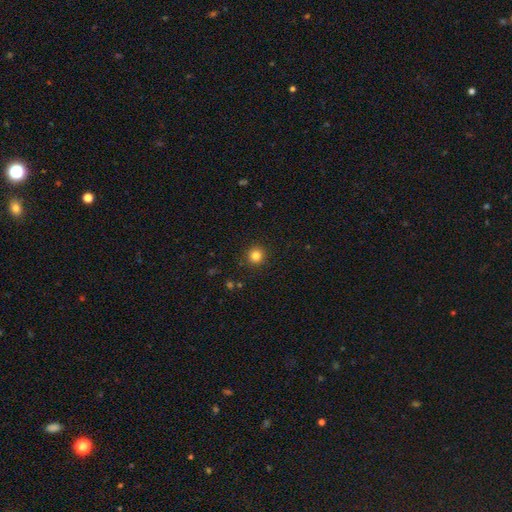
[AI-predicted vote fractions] Q: Smooth or featured?
A: smooth (83%); runner-up: star or artifact (12%)
Q: How rounded?
A: round (95%); runner-up: in between (5%)
Q: Merging?
A: none (92%); runner-up: minor disturbance (5%)